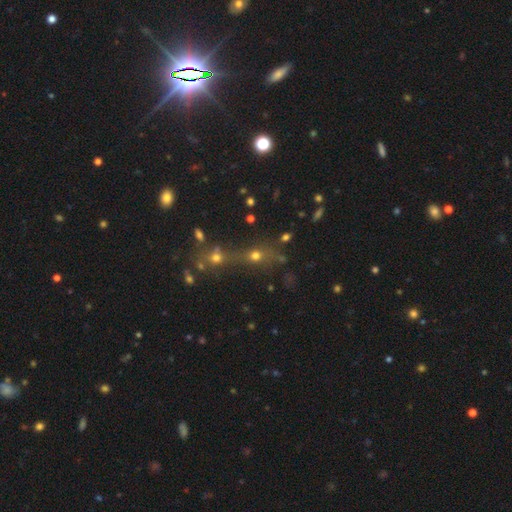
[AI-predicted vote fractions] Smooth or featured? smooth (49%)
Merging? merger (48%)